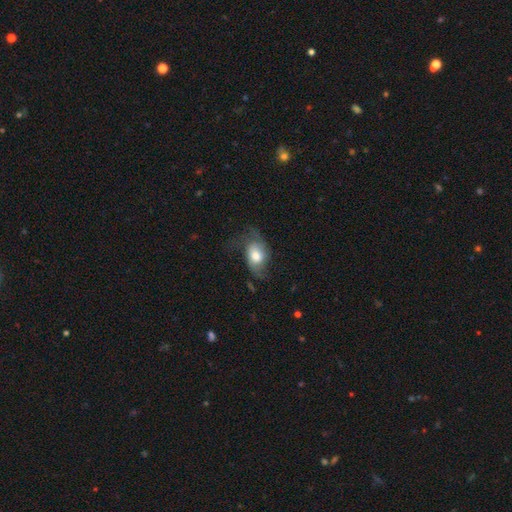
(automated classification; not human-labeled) A smooth galaxy with no disk features (57%) that is in between round and cigar-shaped (78%).

Vote fractions:
- Smooth or featured? smooth: 57% / featured or disk: 35% / star or artifact: 8%
- How rounded? in between: 78% / round: 20% / cigar-shaped: 2%
- Merging? none: 44% / major disturbance: 27% / minor disturbance: 27% / merger: 2%